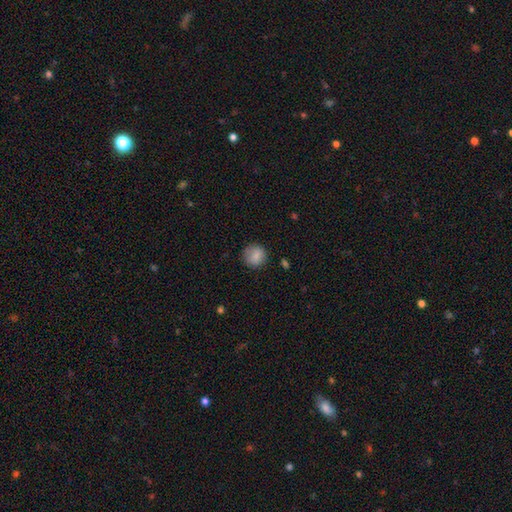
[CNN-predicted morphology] Smooth or featured?
  - smooth: 85% *
  - star or artifact: 8%
  - featured or disk: 7%
How rounded?
  - round: 89% *
  - in between: 10%
  - cigar-shaped: 1%
Merging?
  - none: 84% *
  - minor disturbance: 12%
  - major disturbance: 3%
  - merger: 1%